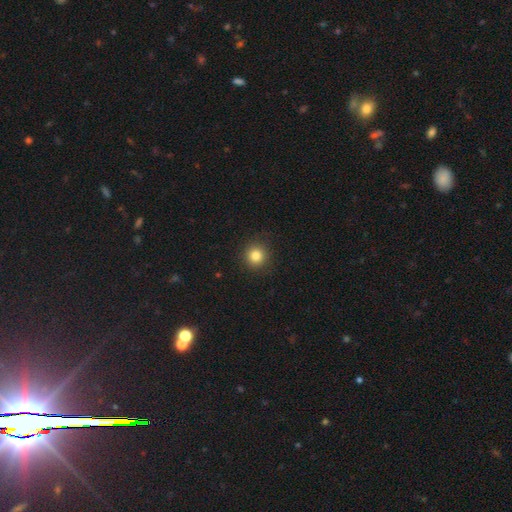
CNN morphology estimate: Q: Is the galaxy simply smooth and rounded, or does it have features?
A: smooth — 83%.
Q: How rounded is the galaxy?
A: round — 92%.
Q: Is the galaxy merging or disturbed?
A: none — 90%.